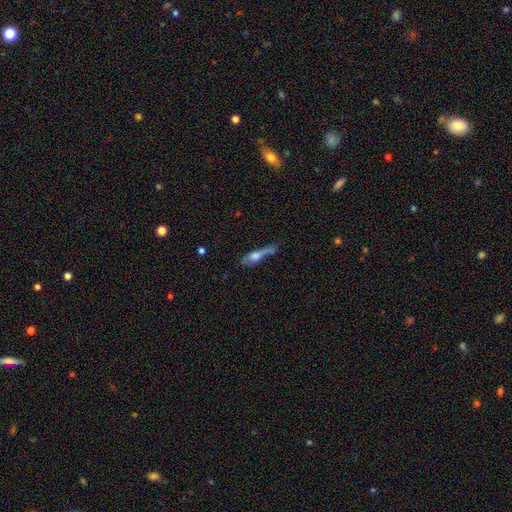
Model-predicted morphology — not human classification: Smooth or featured: featured or disk — 47% (smooth — 44%)
Merging: none — 44% (minor disturbance — 29%)